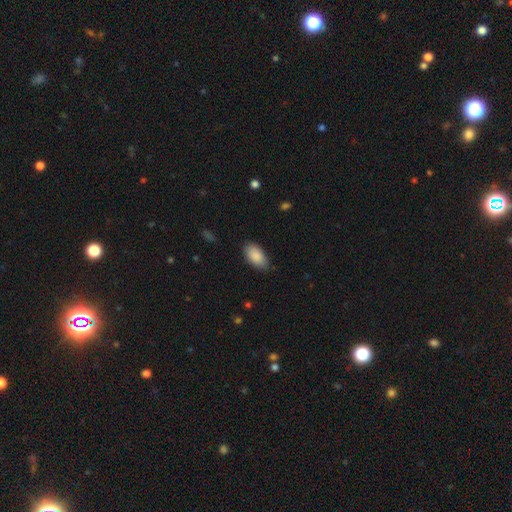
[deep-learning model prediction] Smooth or featured: smooth — 89% (star or artifact — 6%)
How rounded: in between — 95% (round — 3%)
Merging: none — 80% (minor disturbance — 16%)